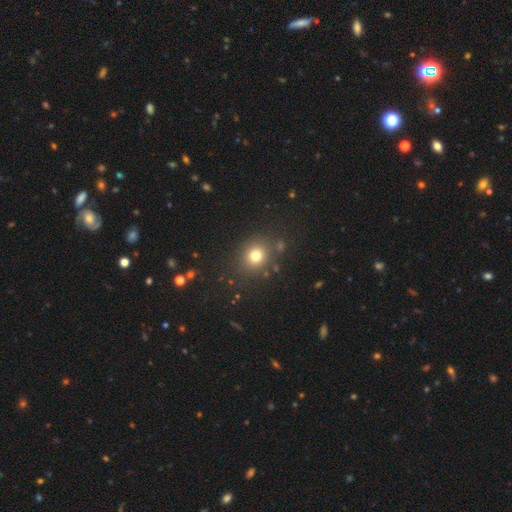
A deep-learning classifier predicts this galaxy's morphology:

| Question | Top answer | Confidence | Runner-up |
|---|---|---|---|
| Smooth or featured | smooth | 76% | star or artifact (17%) |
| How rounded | round | 82% | in between (17%) |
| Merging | none | 84% | minor disturbance (9%) |